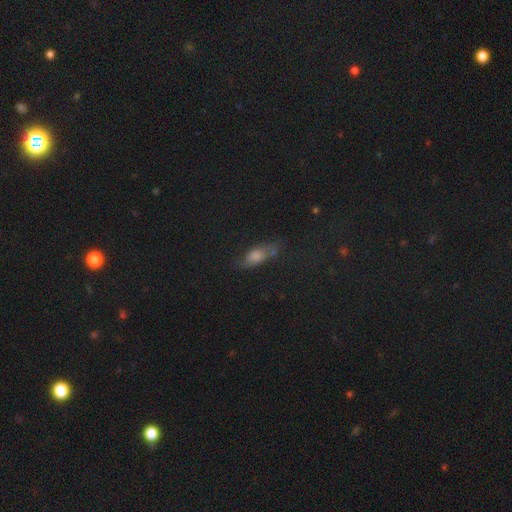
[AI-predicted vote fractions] A smooth galaxy with no disk features (55%) that is in between round and cigar-shaped (65%). Merging: none (63%).